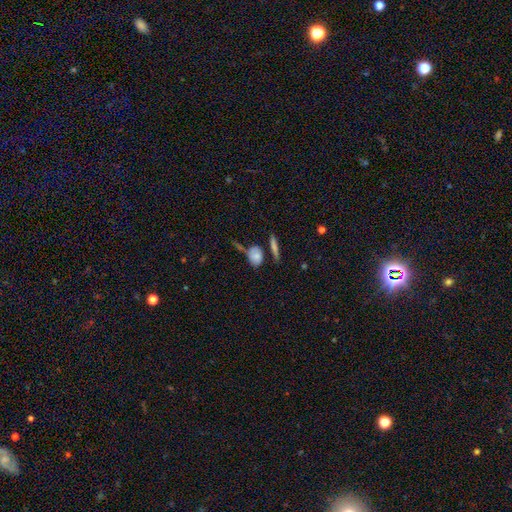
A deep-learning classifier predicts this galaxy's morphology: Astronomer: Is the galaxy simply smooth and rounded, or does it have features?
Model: smooth — 74%.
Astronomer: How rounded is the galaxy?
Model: in between — 63%.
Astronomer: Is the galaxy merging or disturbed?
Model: none — 55%.